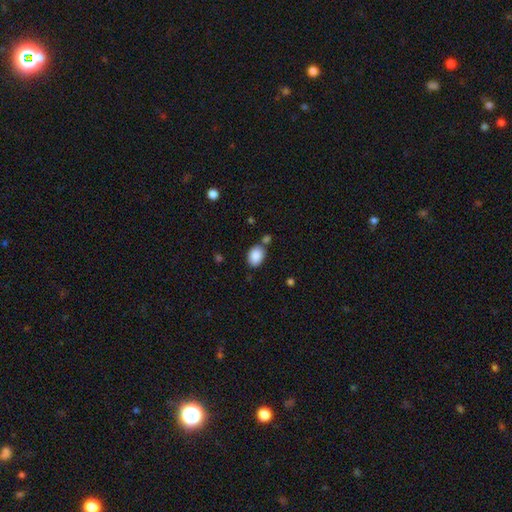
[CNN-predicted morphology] smooth 88%, star or artifact 7%, featured or disk 5%. Down the decision tree: how rounded — in between (77%); merging — none (72%).